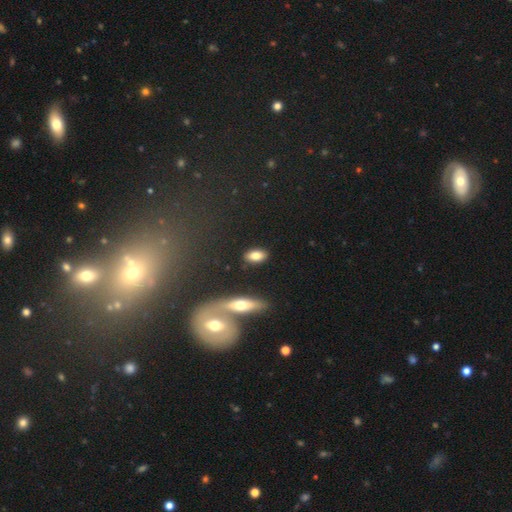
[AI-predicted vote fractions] smooth_or_featured: smooth (p=0.79) [alt: featured or disk p=0.14]
how_rounded: in between (p=0.87) [alt: cigar-shaped p=0.07]
merging: none (p=0.85) [alt: minor disturbance p=0.09]